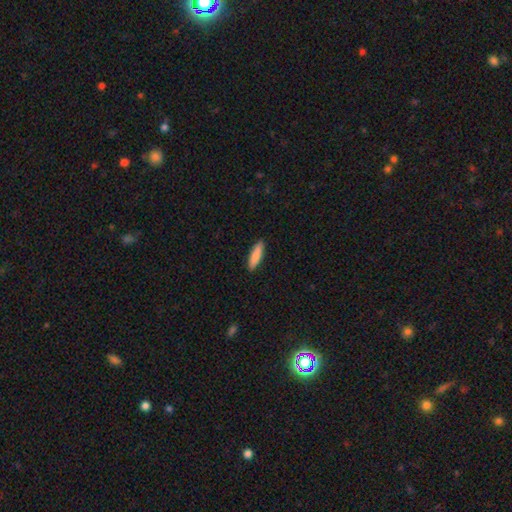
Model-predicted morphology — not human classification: This is clearly a smooth galaxy (85%). How rounded: likely cigar-shaped (72%). Merging: clearly none (91%).